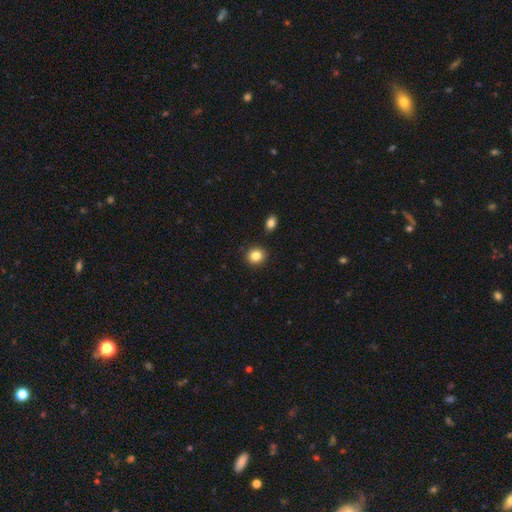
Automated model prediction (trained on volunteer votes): smooth 85%, star or artifact 10%, featured or disk 6%. Down the decision tree: how rounded — round (81%); merging — none (90%).